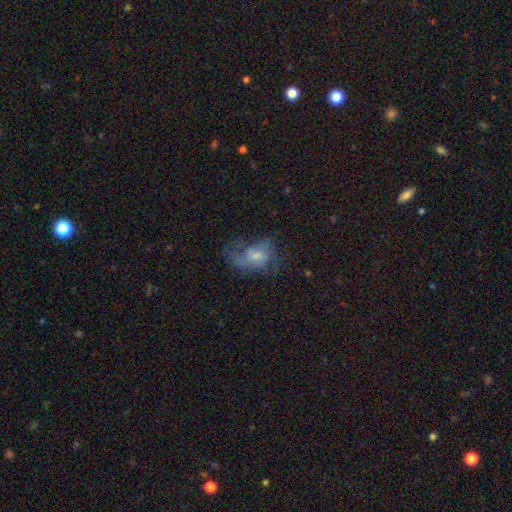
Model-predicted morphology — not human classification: Smooth or featured? featured or disk (51%)
Edge-on disk? no (96%)
Merging? major disturbance (38%)